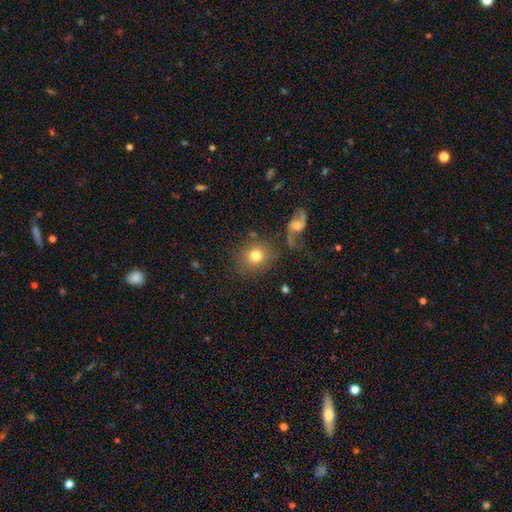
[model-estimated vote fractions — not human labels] This is likely a smooth galaxy (76%). How rounded: likely round (77%). Merging: likely none (75%).